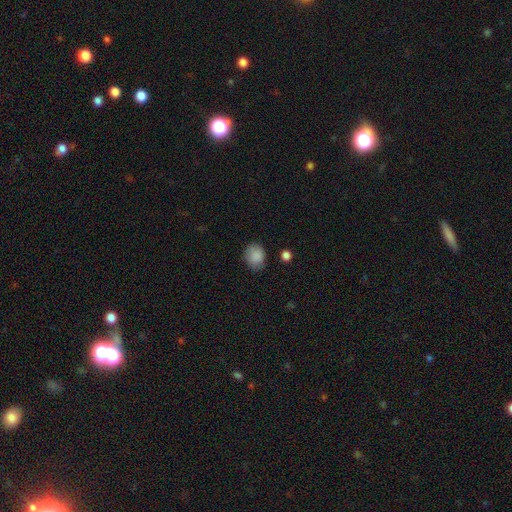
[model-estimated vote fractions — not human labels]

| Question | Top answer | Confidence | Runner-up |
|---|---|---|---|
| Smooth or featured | smooth | 87% | star or artifact (8%) |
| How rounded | round | 52% | in between (47%) |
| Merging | none | 76% | minor disturbance (18%) |